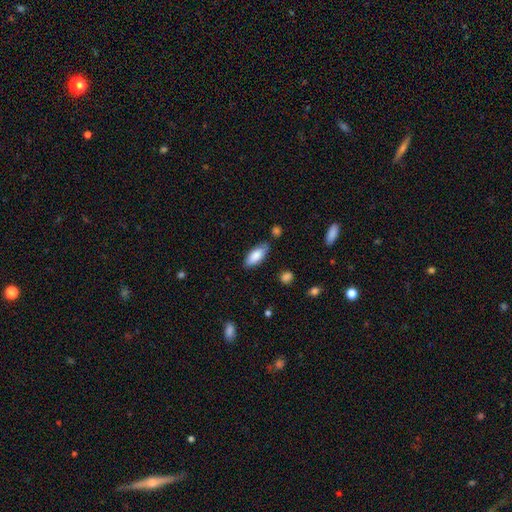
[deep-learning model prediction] Overall: smooth (85%). How rounded: in between (83%). Merging: none (76%).